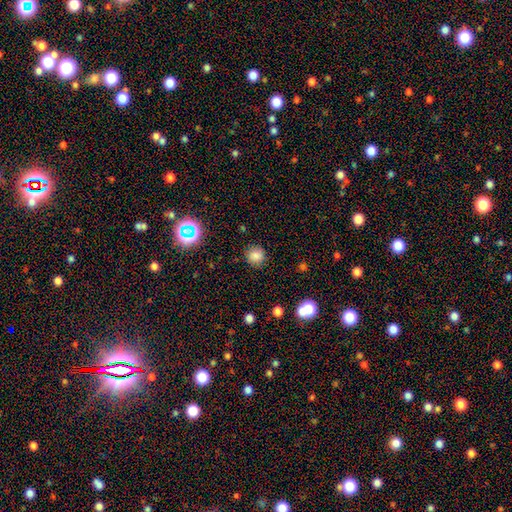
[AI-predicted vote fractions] Overall: smooth (80%). How rounded: round (90%). Merging: none (86%).